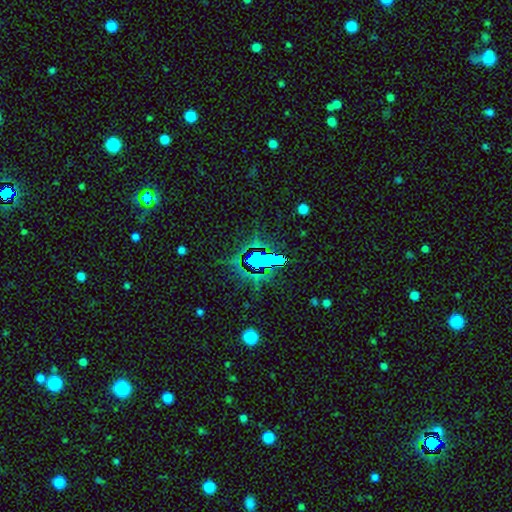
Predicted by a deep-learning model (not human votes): Smooth or featured?
  - star or artifact: 67% *
  - smooth: 20%
  - featured or disk: 13%